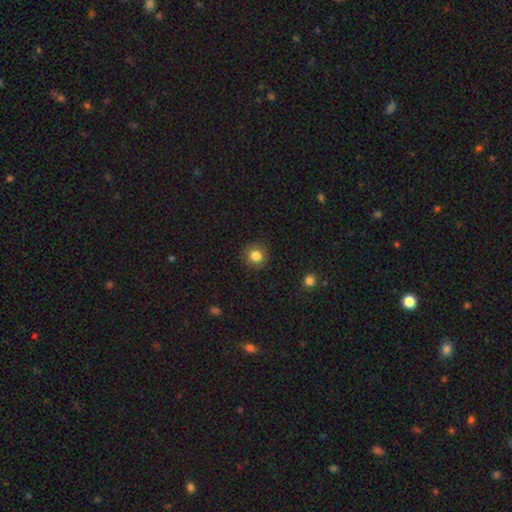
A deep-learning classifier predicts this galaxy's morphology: smooth_or_featured: smooth (p=0.83) [alt: star or artifact p=0.10]
how_rounded: round (p=0.90) [alt: in between p=0.09]
merging: none (p=0.89) [alt: minor disturbance p=0.07]